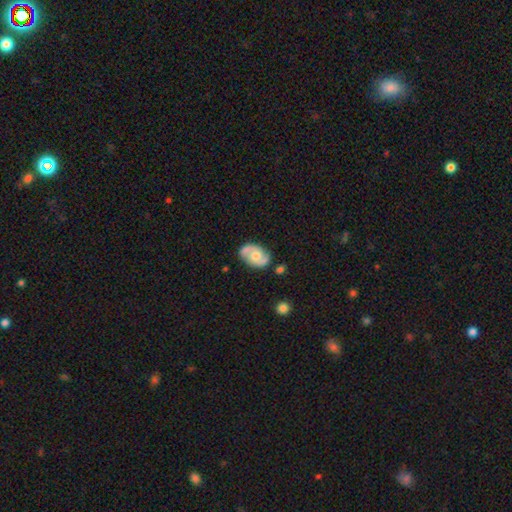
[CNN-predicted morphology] type=featured or disk (77%); edge-on=no (97%); bar=no (65%); spiral arms=yes (92%); winding=medium (50%); arm count=2 (90%); bulge=moderate (68%); merging=none (77%).